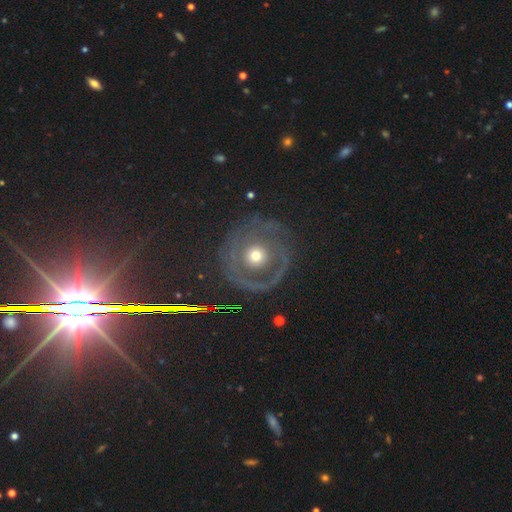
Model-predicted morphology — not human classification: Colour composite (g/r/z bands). It shows a featured or disk galaxy (66%) with no bar (87%), spiral arms (57%) and a moderate central bulge (62%). Merging: none (69%).